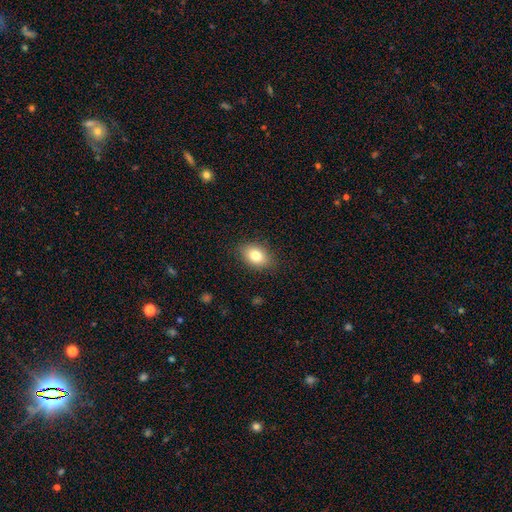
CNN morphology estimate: Smooth or featured? smooth (80%)
How rounded? in between (82%)
Merging? none (86%)